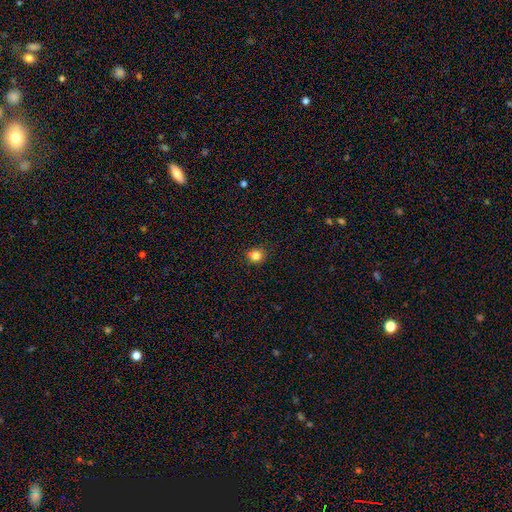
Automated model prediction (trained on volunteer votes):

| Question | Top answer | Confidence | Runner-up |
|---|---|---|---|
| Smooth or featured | smooth | 84% | star or artifact (12%) |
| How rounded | round | 79% | in between (20%) |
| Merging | none | 87% | minor disturbance (10%) |